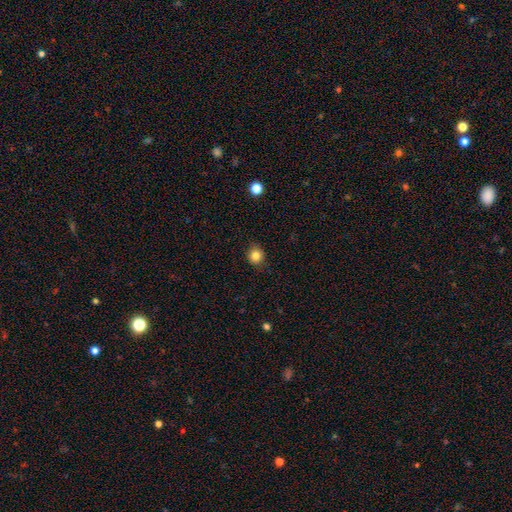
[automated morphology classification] This appears to be a smooth galaxy with no disk features (83%) that is round (84%). Merging: none (88%).